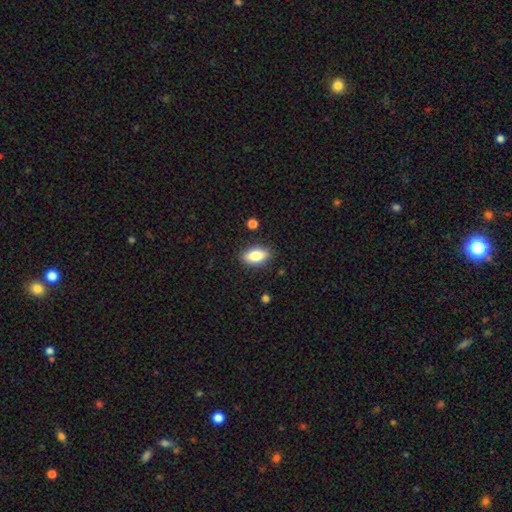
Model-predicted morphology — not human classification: The model was most divided on "smooth or featured": smooth: 81%, featured or disk: 11%, star or artifact: 7%. More confident: how rounded — in between (89%); merging — none (87%).